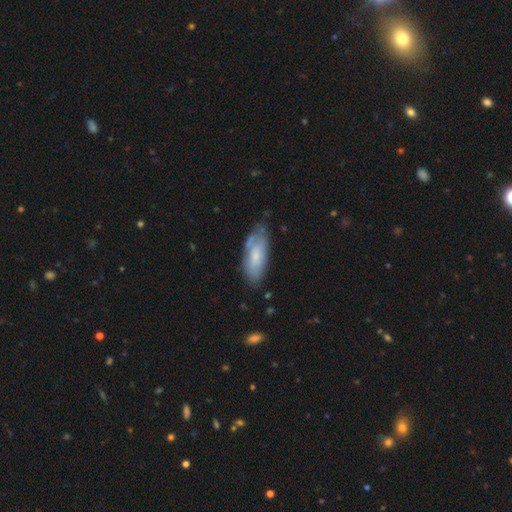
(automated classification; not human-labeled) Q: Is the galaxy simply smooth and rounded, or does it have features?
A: smooth — 60%.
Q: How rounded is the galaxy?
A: in between — 76%.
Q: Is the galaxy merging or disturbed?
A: none — 62%.